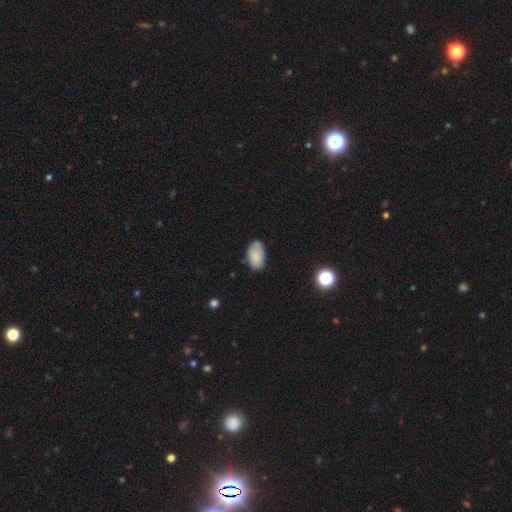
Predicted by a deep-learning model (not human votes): Smooth or featured?
  - smooth: 81% *
  - featured or disk: 11%
  - star or artifact: 8%
How rounded?
  - in between: 94% *
  - round: 4%
  - cigar-shaped: 2%
Merging?
  - none: 70% *
  - minor disturbance: 23%
  - major disturbance: 4%
  - merger: 3%